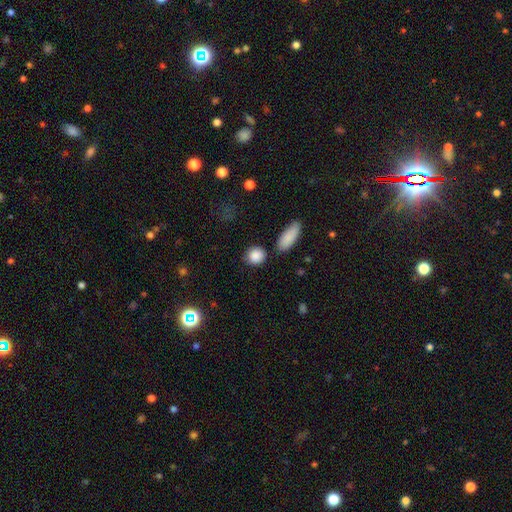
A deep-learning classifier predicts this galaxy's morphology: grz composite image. It shows a smooth galaxy with no disk features (88%) that is round (76%). Merging: none (78%).